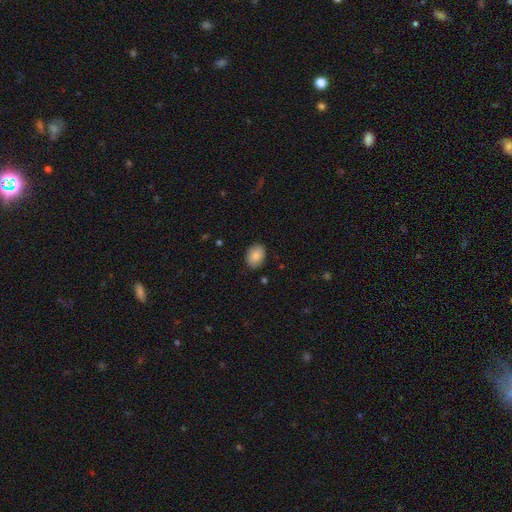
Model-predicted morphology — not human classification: A smooth galaxy with no disk features (85%) that is in between round and cigar-shaped (72%).

Vote fractions:
- Smooth or featured? smooth: 85% / featured or disk: 8% / star or artifact: 8%
- How rounded? in between: 72% / round: 27% / cigar-shaped: 1%
- Merging? none: 88% / minor disturbance: 9% / major disturbance: 2% / merger: 1%